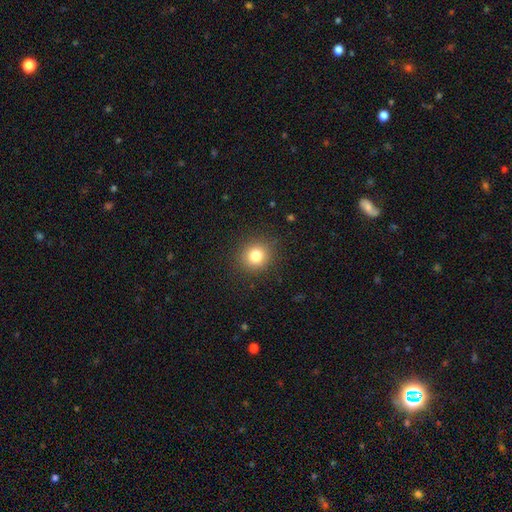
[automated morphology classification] This is clearly a smooth galaxy (80%). How rounded: clearly round (87%). Merging: clearly none (90%).